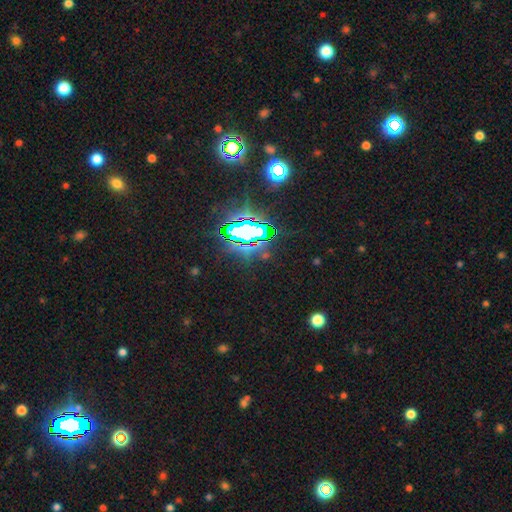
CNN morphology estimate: star or artifact 79%, smooth 13%, featured or disk 8%.